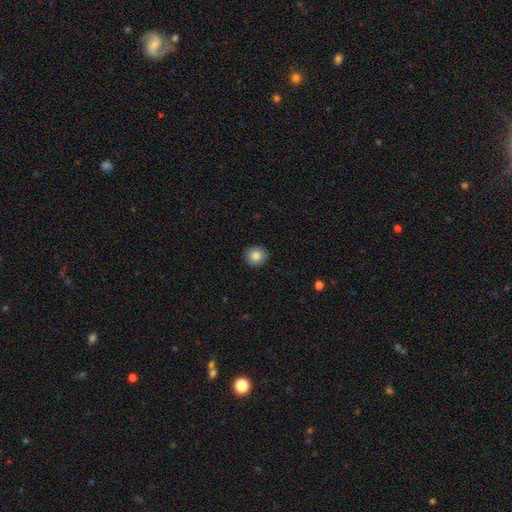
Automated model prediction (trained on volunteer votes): Smooth or featured? Predicted: smooth (p=0.85). How rounded? Predicted: round (p=0.88). Merging? Predicted: none (p=0.92).